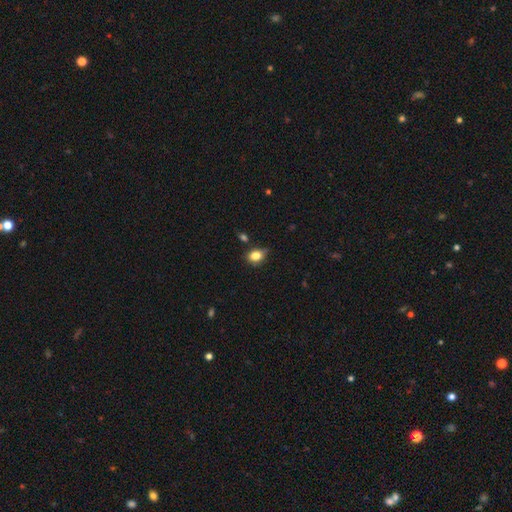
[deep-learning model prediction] Smooth or featured? Predicted: smooth (p=0.82). How rounded? Predicted: in between (p=0.62). Merging? Predicted: none (p=0.65).